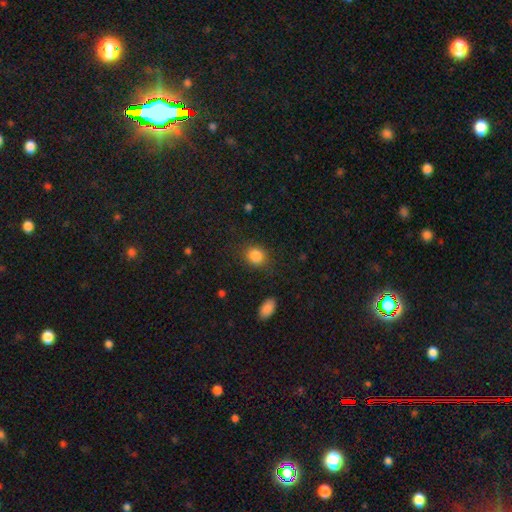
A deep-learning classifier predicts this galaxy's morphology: Overall: smooth (85%). How rounded: round (61%; in between 38%). Merging: none (81%).